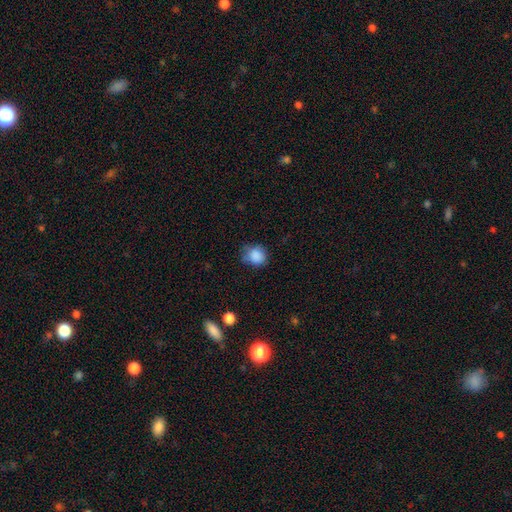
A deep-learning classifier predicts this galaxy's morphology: Smooth or featured: smooth — 86% (star or artifact — 9%)
How rounded: round — 74% (in between — 25%)
Merging: none — 62% (minor disturbance — 28%)